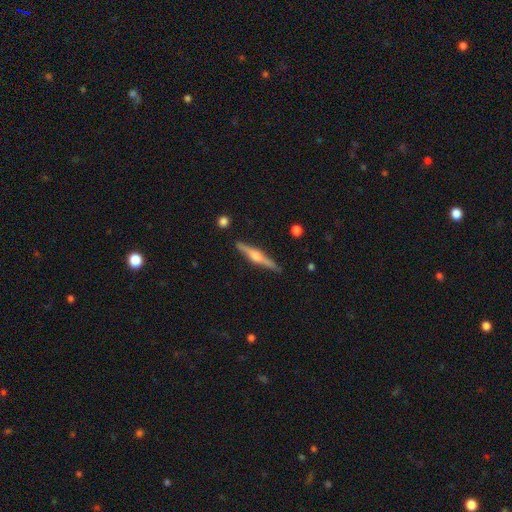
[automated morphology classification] type=featured or disk (76%); edge-on=yes (98%); edge-on bulge=rounded (89%); merging=none (90%).